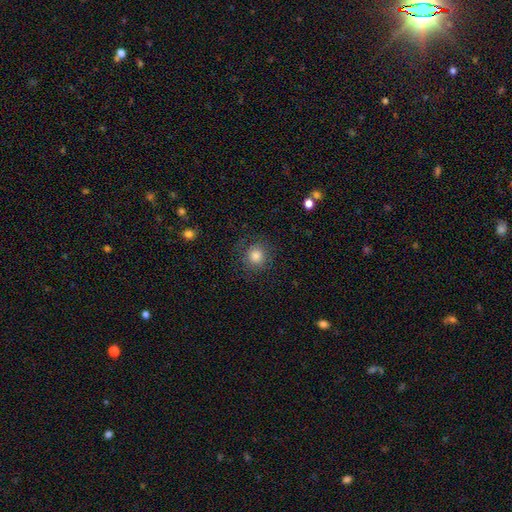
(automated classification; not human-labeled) This appears to be a smooth galaxy with no disk features (82%) that is round (90%). Merging: none (82%).